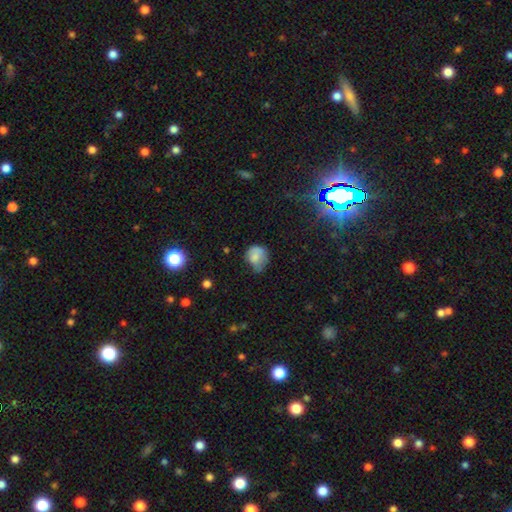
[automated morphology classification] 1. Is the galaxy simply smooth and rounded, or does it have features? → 72% smooth, 18% featured or disk, 11% star or artifact.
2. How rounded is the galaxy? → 62% round, 37% in between, 1% cigar-shaped.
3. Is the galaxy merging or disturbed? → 41% minor disturbance, 37% none, 18% major disturbance, 4% merger.